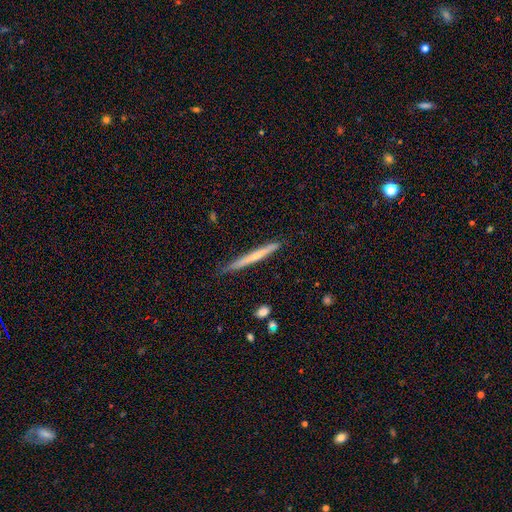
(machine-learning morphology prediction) This appears to be a smooth galaxy with no disk features (49%). Merging: none (85%).